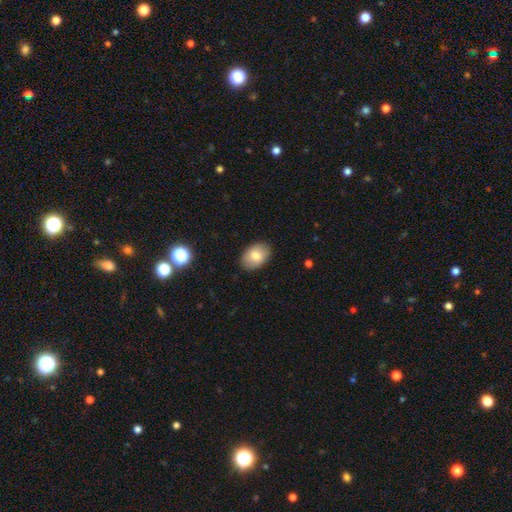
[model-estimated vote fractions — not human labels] Smooth or featured?
  - smooth: 80% *
  - featured or disk: 13%
  - star or artifact: 8%
How rounded?
  - in between: 83% *
  - round: 16%
  - cigar-shaped: 1%
Merging?
  - none: 87% *
  - minor disturbance: 10%
  - major disturbance: 2%
  - merger: 1%